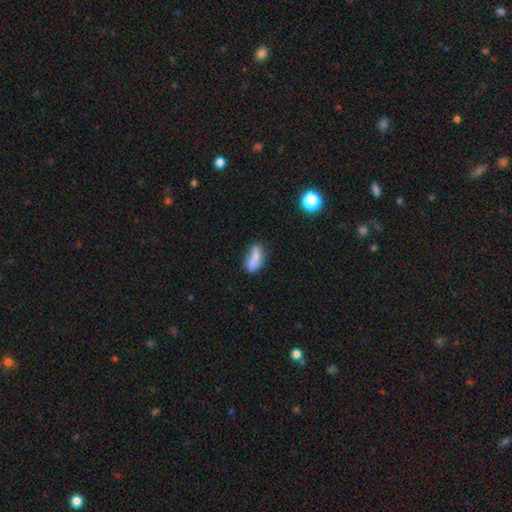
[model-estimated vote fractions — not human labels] smooth-or-featured: smooth: 72% | featured or disk: 19% | star or artifact: 9%
  how-rounded: in between: 75% | cigar-shaped: 21% | round: 4%
  merging: none: 47% | minor disturbance: 24% | merger: 19% | major disturbance: 10%